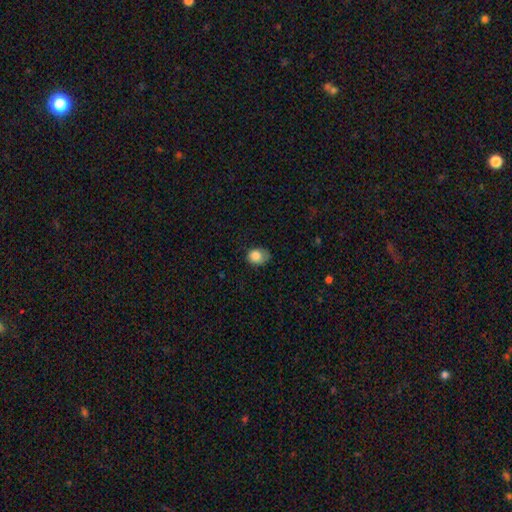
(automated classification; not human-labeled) smooth 83%, star or artifact 9%, featured or disk 8%. Down the decision tree: how rounded — in between (51%); merging — none (48%).